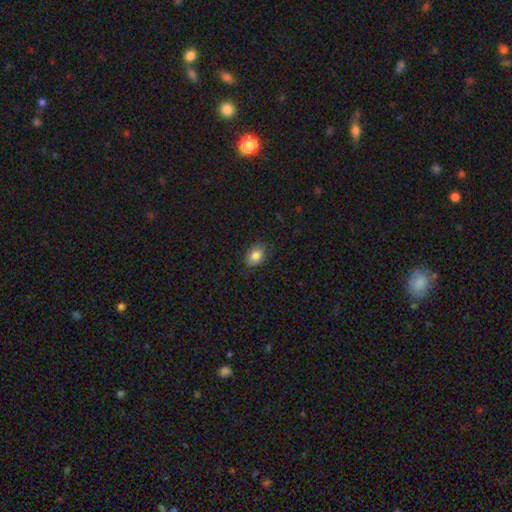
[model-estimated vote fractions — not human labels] smooth-or-featured: smooth: 84% | star or artifact: 9% | featured or disk: 7%
  how-rounded: in between: 68% | round: 31% | cigar-shaped: 1%
  merging: none: 83% | minor disturbance: 13% | major disturbance: 3% | merger: 1%